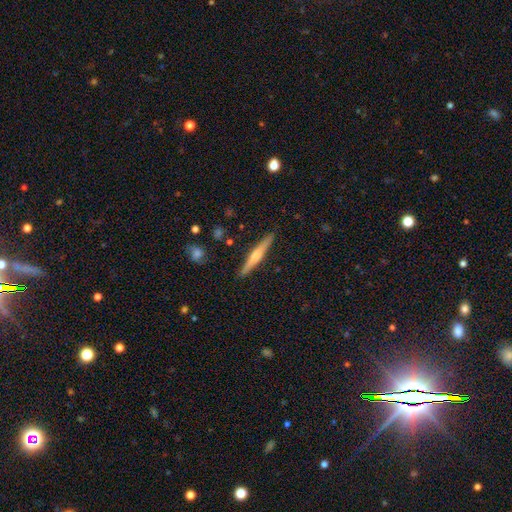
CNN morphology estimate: A featured or disk galaxy (57%) viewed edge-on (97%) with a rounded central bulge (66%). Merging: none (90%).